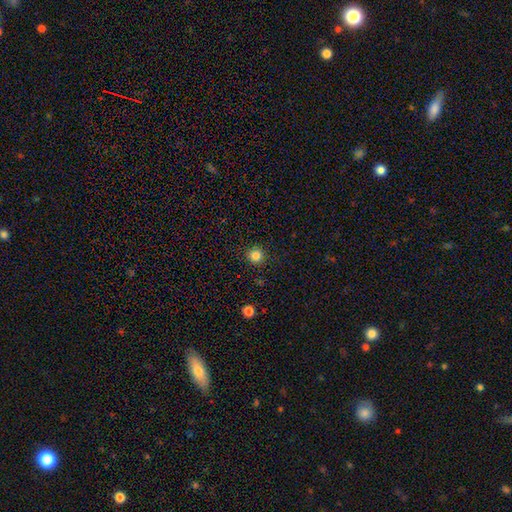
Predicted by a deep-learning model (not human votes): This appears to be a smooth galaxy with no disk features (83%) that is round (95%). Merging: none (92%).